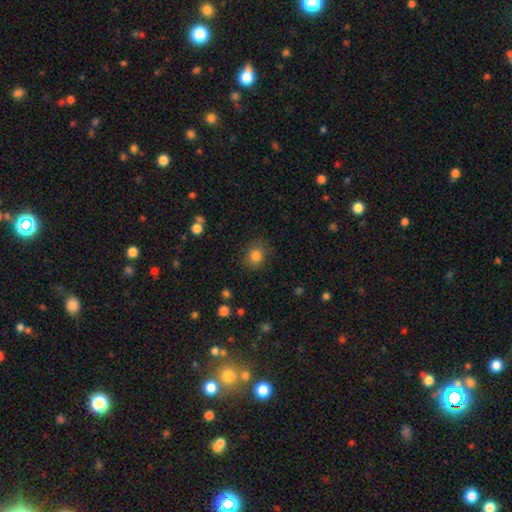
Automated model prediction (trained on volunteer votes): Smooth or featured? smooth (83%)
How rounded? round (71%)
Merging? none (82%)